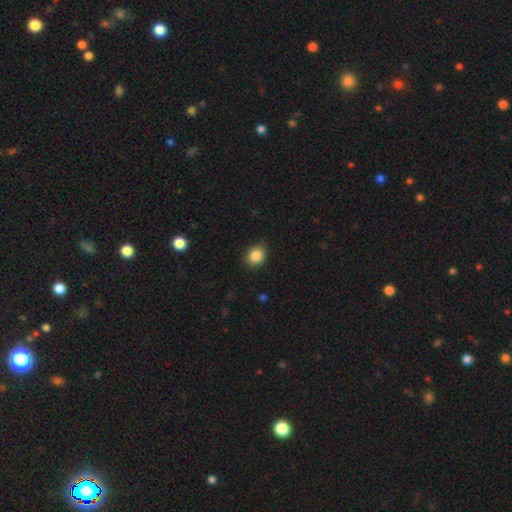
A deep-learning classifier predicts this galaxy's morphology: Smooth or featured?
  - smooth: 85% *
  - star or artifact: 9%
  - featured or disk: 5%
How rounded?
  - round: 58% *
  - in between: 41%
  - cigar-shaped: 1%
Merging?
  - none: 84% *
  - minor disturbance: 12%
  - major disturbance: 2%
  - merger: 1%